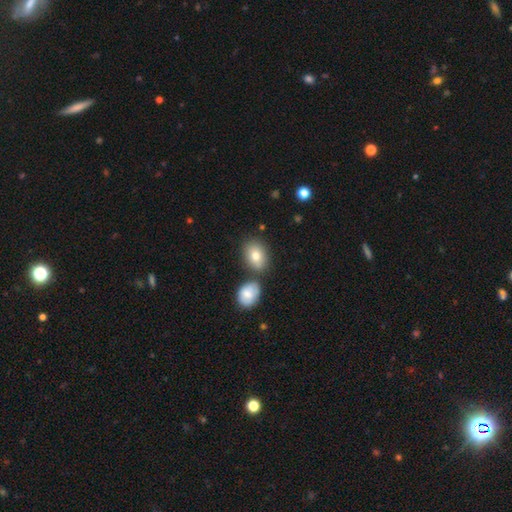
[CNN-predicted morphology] A smooth galaxy with no disk features (77%) that is in between round and cigar-shaped (71%).

Vote fractions:
- Smooth or featured? smooth: 77% / featured or disk: 14% / star or artifact: 9%
- How rounded? in between: 71% / round: 28% / cigar-shaped: 1%
- Merging? none: 63% / merger: 21% / minor disturbance: 13% / major disturbance: 3%